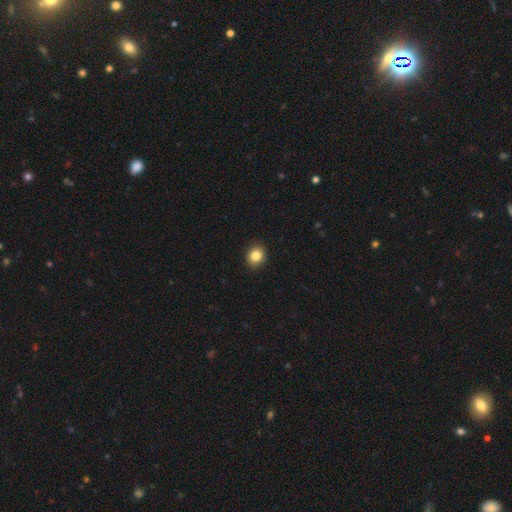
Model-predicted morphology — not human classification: smooth_or_featured: smooth (p=0.84) [alt: star or artifact p=0.10]
how_rounded: round (p=0.75) [alt: in between p=0.24]
merging: none (p=0.91) [alt: minor disturbance p=0.06]